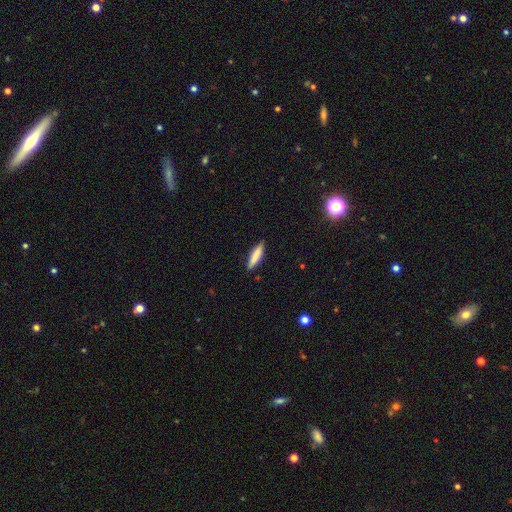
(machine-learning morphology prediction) Overall: smooth (81%). How rounded: cigar-shaped (79%). Merging: none (87%).